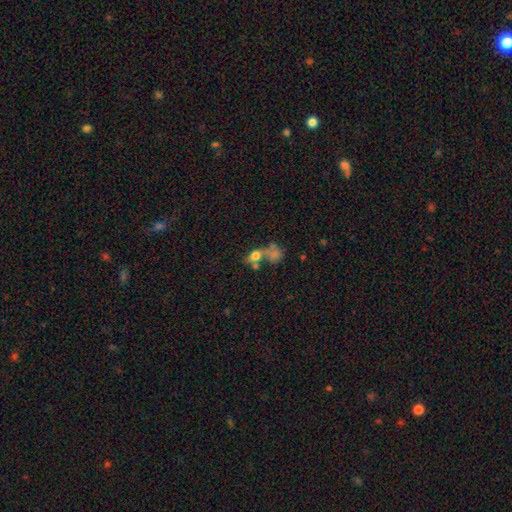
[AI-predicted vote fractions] Smooth or featured? Predicted: smooth (p=0.66). How rounded? Predicted: in between (p=0.52). Merging? Predicted: merger (p=0.52).